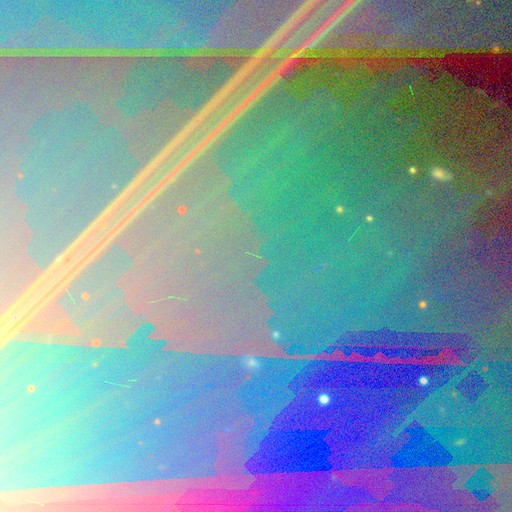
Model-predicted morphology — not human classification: The model was most divided on "smooth or featured": star or artifact: 89%, featured or disk: 6%, smooth: 5%.